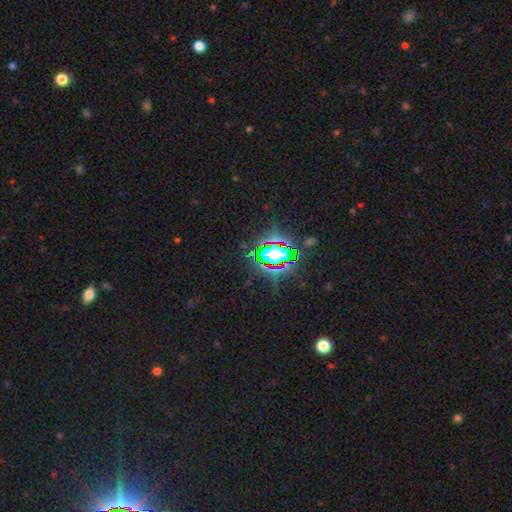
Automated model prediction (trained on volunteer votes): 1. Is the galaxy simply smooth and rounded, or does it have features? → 83% star or artifact, 10% smooth, 7% featured or disk.